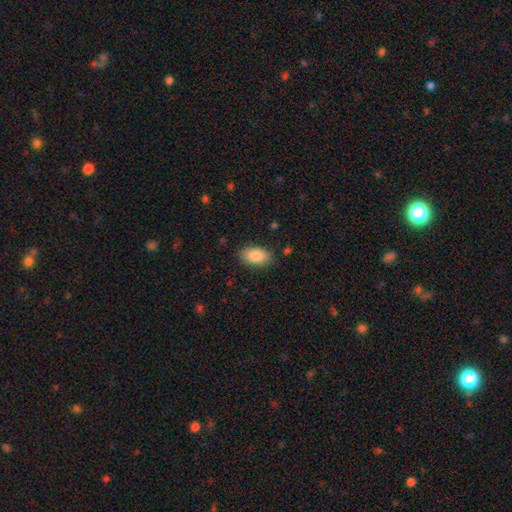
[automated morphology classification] smooth_or_featured: smooth (p=0.86) [alt: featured or disk p=0.07]
how_rounded: in between (p=0.93) [alt: round p=0.05]
merging: none (p=0.85) [alt: minor disturbance p=0.11]